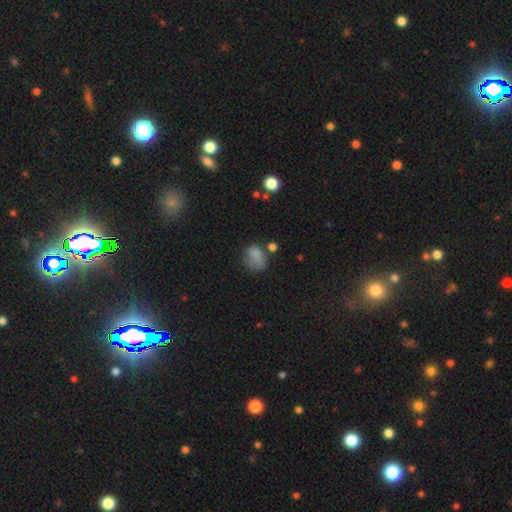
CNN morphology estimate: smooth_or_featured: smooth (p=0.78) [alt: star or artifact p=0.12]
how_rounded: in between (p=0.64) [alt: round p=0.35]
merging: none (p=0.44) [alt: minor disturbance p=0.29]